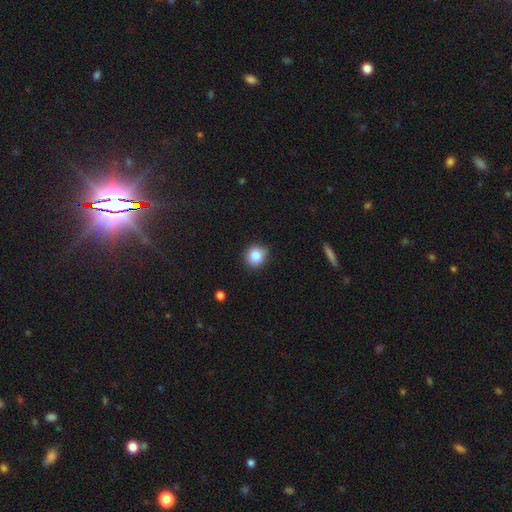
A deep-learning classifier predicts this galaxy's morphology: The model was most divided on "merging": none: 84%, minor disturbance: 12%, major disturbance: 2%, merger: 1%. More confident: how rounded — round (86%); smooth or featured — smooth (85%).